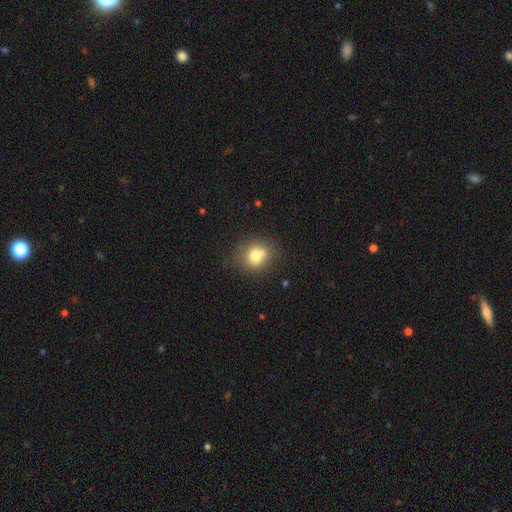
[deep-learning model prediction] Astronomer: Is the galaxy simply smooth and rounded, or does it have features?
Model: smooth — 74%.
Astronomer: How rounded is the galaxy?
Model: round — 77%.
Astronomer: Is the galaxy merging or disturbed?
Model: none — 62%.